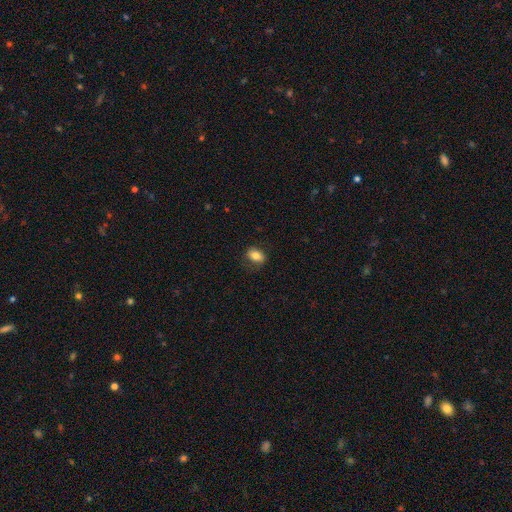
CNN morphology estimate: This is likely a smooth galaxy (78%). How rounded: likely in between (79%). Merging: likely none (78%).